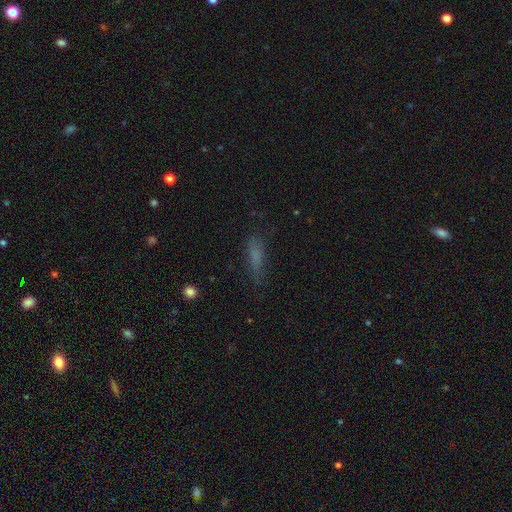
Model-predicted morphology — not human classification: The model was most divided on "how rounded": cigar-shaped: 64%, in between: 33%, round: 3%. More confident: merging — none (67%); smooth or featured — smooth (65%).